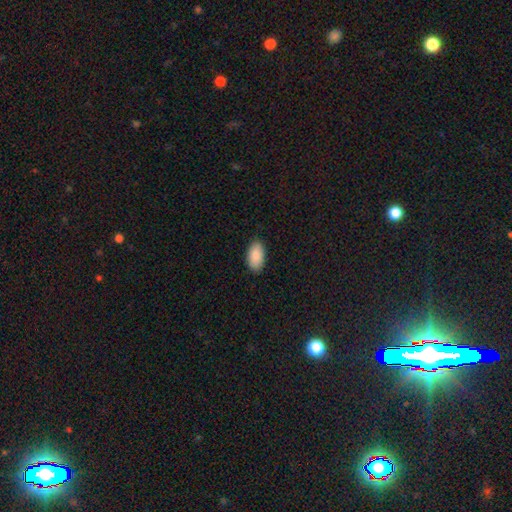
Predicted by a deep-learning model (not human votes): Smooth or featured: smooth — 90% (star or artifact — 6%)
How rounded: in between — 95% (cigar-shaped — 2%)
Merging: none — 87% (minor disturbance — 10%)